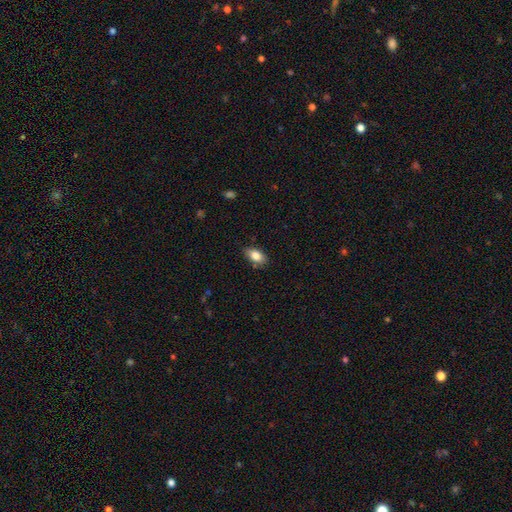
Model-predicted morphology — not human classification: Overall: smooth (84%). How rounded: in between (91%). Merging: none (82%).